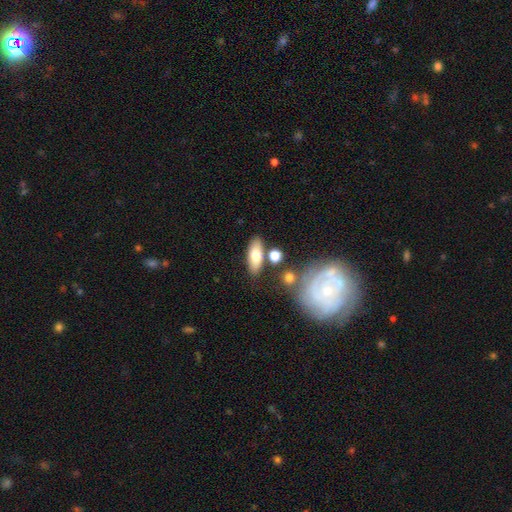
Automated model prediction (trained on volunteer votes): smooth 70%, featured or disk 22%, star or artifact 8%. Down the decision tree: how rounded — in between (73%); merging — none (73%).